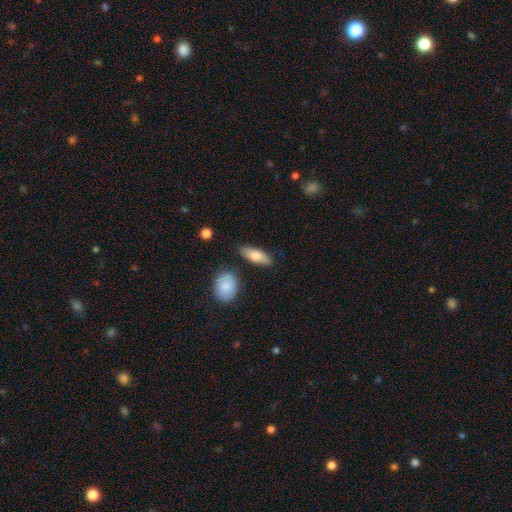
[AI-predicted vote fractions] Smooth or featured: smooth — 75% (featured or disk — 19%)
How rounded: in between — 71% (cigar-shaped — 26%)
Merging: none — 83% (minor disturbance — 11%)